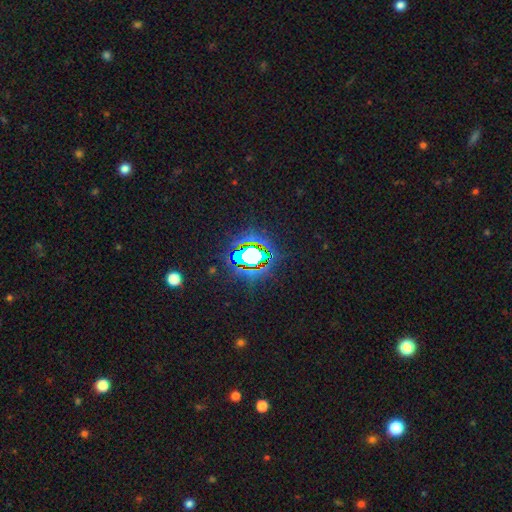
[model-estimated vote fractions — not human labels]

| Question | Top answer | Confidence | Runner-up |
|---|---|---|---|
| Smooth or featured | star or artifact | 70% | smooth (18%) |